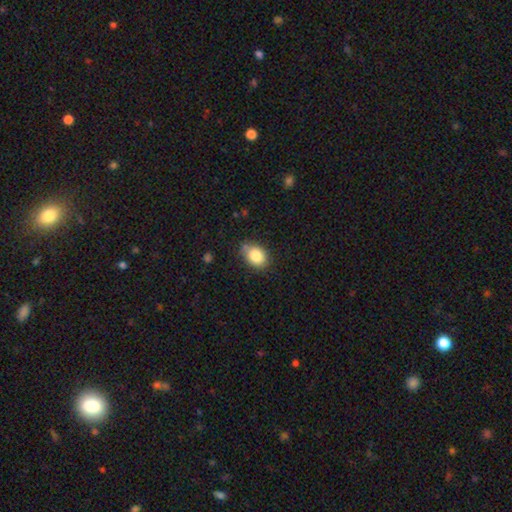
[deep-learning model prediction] Overall: smooth (85%). How rounded: in between (71%). Merging: none (75%).